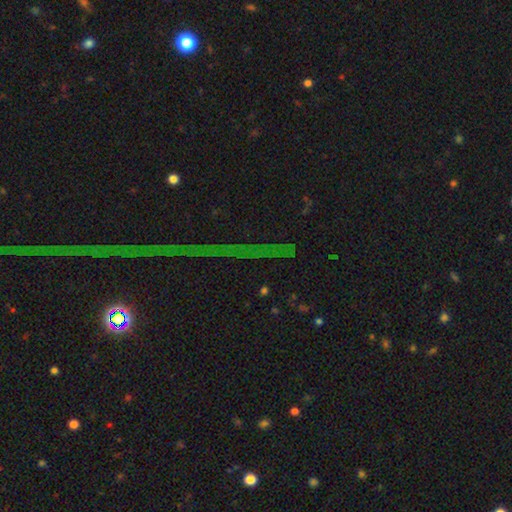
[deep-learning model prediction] This is clearly a star or artifact rather than a galaxy (82%).